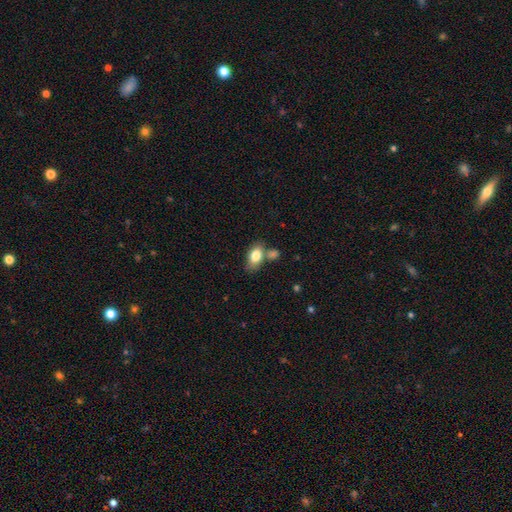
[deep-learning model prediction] Smooth or featured? Predicted: smooth (p=0.80). How rounded? Predicted: in between (p=0.88). Merging? Predicted: none (p=0.58).